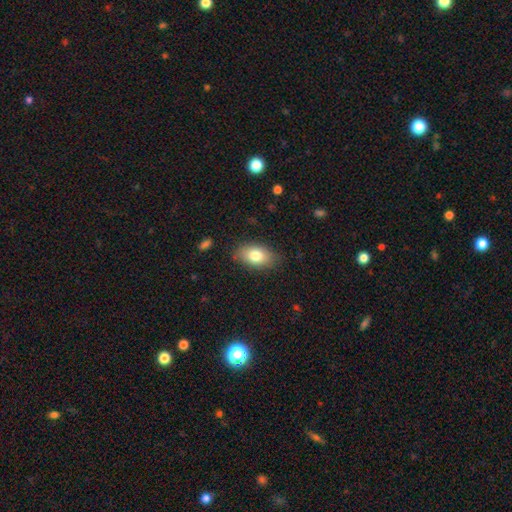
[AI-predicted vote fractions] This appears to be a smooth galaxy with no disk features (80%) that is in between round and cigar-shaped (90%). Merging: none (82%).